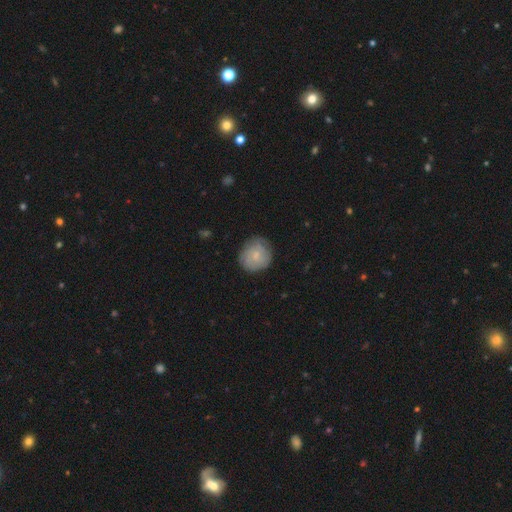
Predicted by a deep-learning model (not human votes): smooth 61%, featured or disk 32%, star or artifact 7%. Down the decision tree: how rounded — round (82%); merging — none (74%).